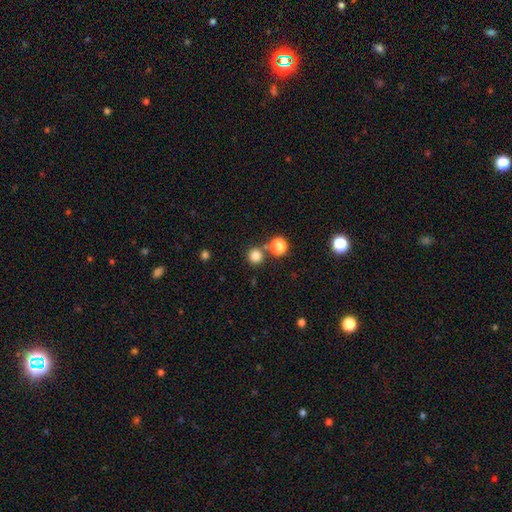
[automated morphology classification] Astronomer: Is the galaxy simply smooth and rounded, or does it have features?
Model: smooth — 81%.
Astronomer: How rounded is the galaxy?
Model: round — 94%.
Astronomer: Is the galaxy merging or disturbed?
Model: none — 75%.